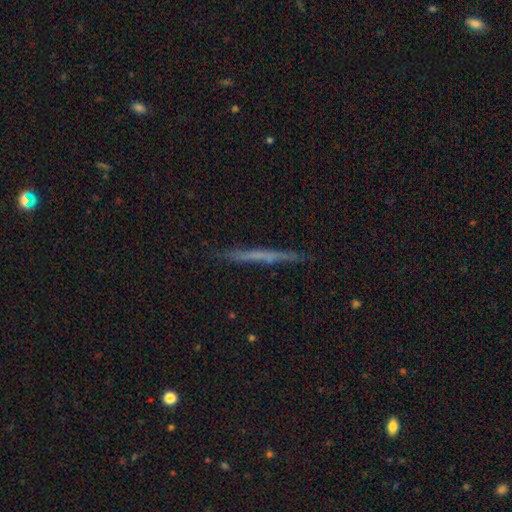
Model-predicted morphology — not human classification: Q: Smooth or featured?
A: featured or disk (51%); runner-up: smooth (41%)
Q: Edge-on disk?
A: yes (97%); runner-up: no (3%)
Q: Merging?
A: none (91%); runner-up: minor disturbance (7%)